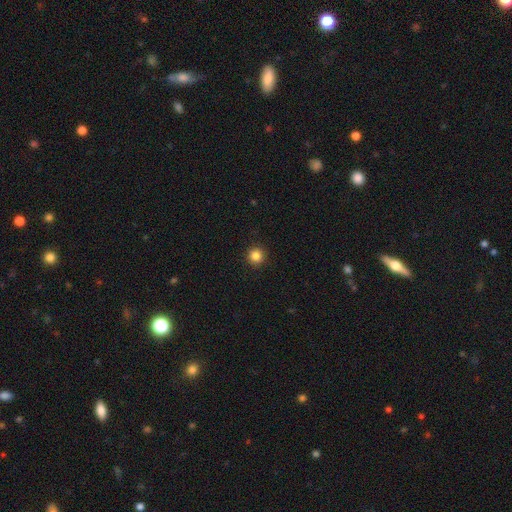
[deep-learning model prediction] smooth 85%, star or artifact 12%, featured or disk 3%. Down the decision tree: how rounded — round (96%); merging — none (93%).